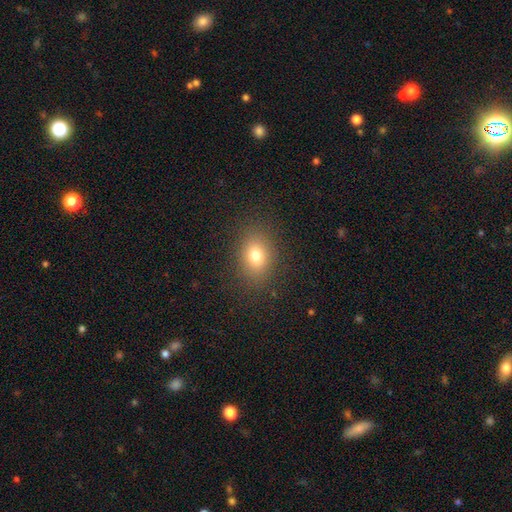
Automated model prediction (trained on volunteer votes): A smooth galaxy with no disk features (76%) that is in between round and cigar-shaped (67%).

Vote fractions:
- Smooth or featured? smooth: 76% / star or artifact: 13% / featured or disk: 11%
- How rounded? in between: 67% / round: 32% / cigar-shaped: 2%
- Merging? none: 86% / minor disturbance: 9% / major disturbance: 4% / merger: 1%